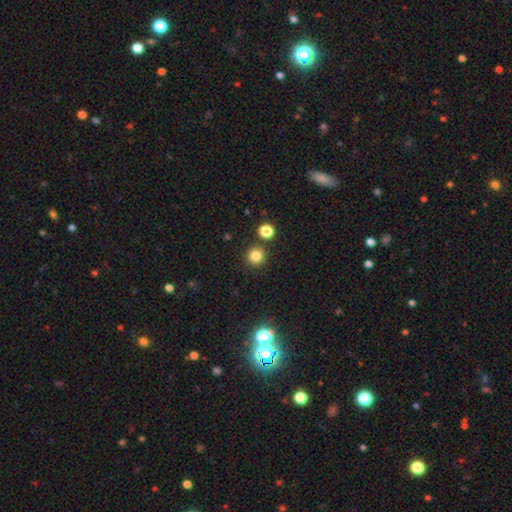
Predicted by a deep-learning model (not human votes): Smooth or featured: smooth — 81% (star or artifact — 14%)
How rounded: round — 95% (in between — 4%)
Merging: none — 88% (minor disturbance — 6%)